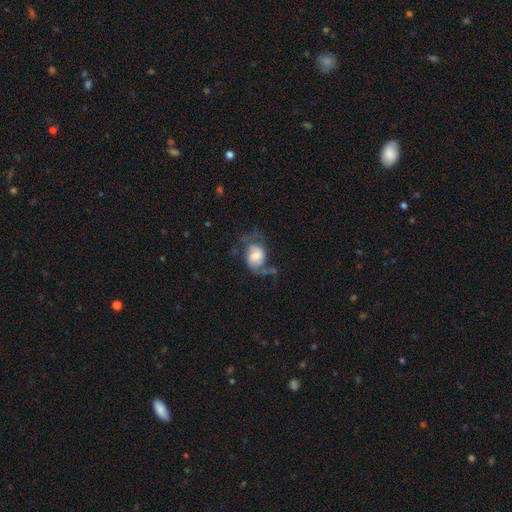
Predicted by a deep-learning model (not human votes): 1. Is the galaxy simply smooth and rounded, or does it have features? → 51% featured or disk, 41% smooth, 8% star or artifact.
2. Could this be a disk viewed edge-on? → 96% no, 4% yes.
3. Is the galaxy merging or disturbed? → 38% none, 32% major disturbance, 24% minor disturbance, 6% merger.